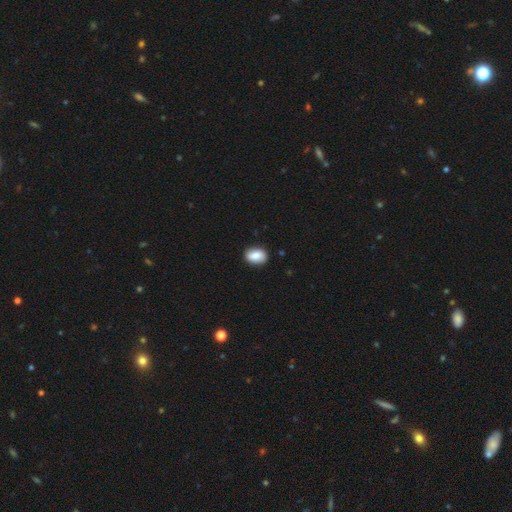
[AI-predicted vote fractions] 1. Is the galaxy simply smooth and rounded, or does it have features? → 82% smooth, 10% featured or disk, 7% star or artifact.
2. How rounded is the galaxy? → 78% in between, 20% round, 1% cigar-shaped.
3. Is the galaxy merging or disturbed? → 87% none, 10% minor disturbance, 2% major disturbance, 1% merger.